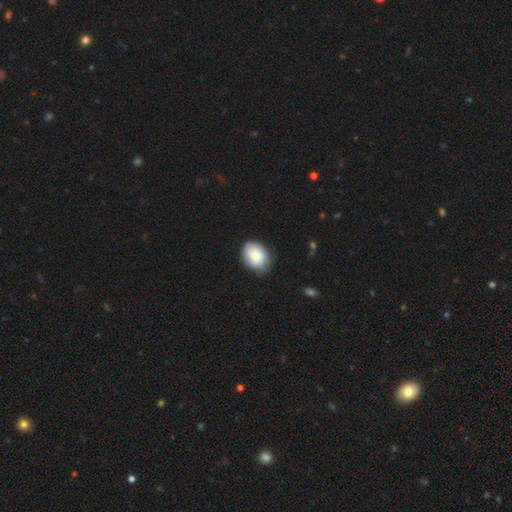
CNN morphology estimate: A smooth galaxy with no disk features (84%) that is in between round and cigar-shaped (76%).

Vote fractions:
- Smooth or featured? smooth: 84% / featured or disk: 10% / star or artifact: 6%
- How rounded? in between: 76% / round: 23% / cigar-shaped: 1%
- Merging? none: 76% / minor disturbance: 19% / major disturbance: 4% / merger: 1%